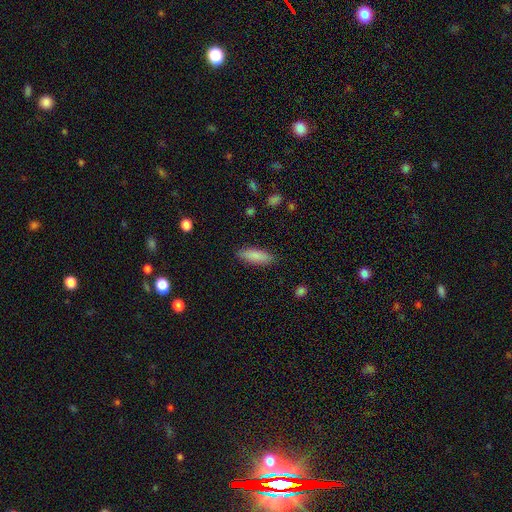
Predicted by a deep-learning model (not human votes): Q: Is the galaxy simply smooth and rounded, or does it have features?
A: smooth — 86%.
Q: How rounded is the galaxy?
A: in between — 57%.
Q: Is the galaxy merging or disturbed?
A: none — 87%.